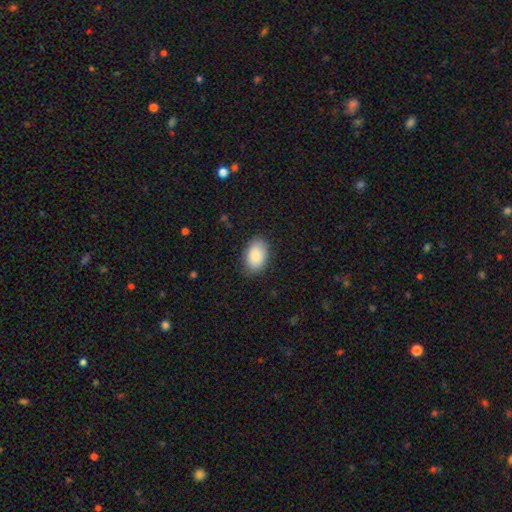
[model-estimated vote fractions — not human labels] Smooth or featured: smooth — 86% (featured or disk — 7%)
How rounded: in between — 89% (round — 10%)
Merging: none — 85% (minor disturbance — 11%)